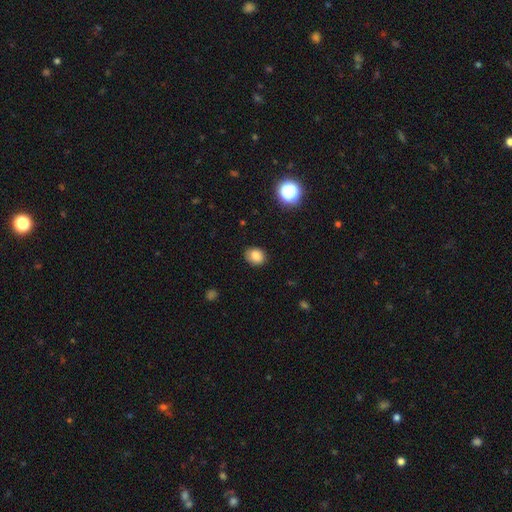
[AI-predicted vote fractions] A smooth galaxy with no disk features (82%) that is round (62%). Merging: none (88%).